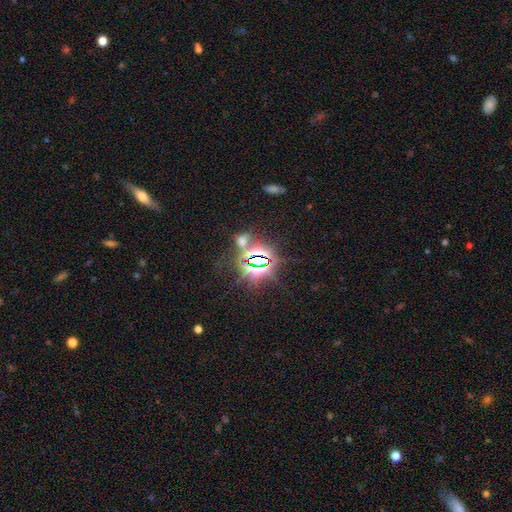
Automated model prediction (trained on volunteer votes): Q: Smooth or featured?
A: star or artifact (78%); runner-up: smooth (12%)